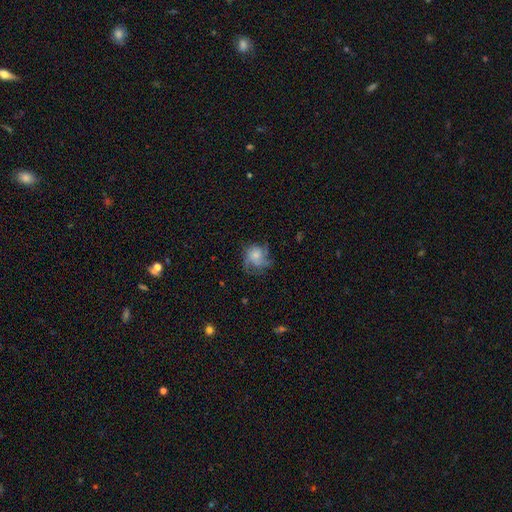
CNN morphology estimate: Overall: featured or disk (55%; smooth 35%). Edge-on disk: no (98%). Bar: no (81%). Spiral arms: yes (84%). Bulge size: small (41%; moderate 34%). Merging: none (54%; minor disturbance 23%).